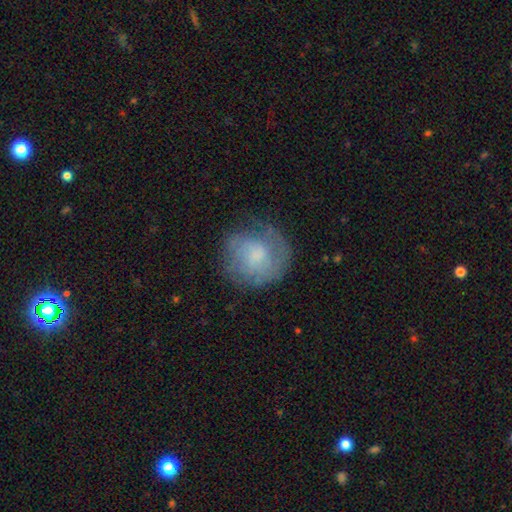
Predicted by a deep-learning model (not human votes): smooth_or_featured: smooth (p=0.46) [tied with: featured or disk p=0.46]
merging: none (p=0.64) [alt: minor disturbance p=0.21]